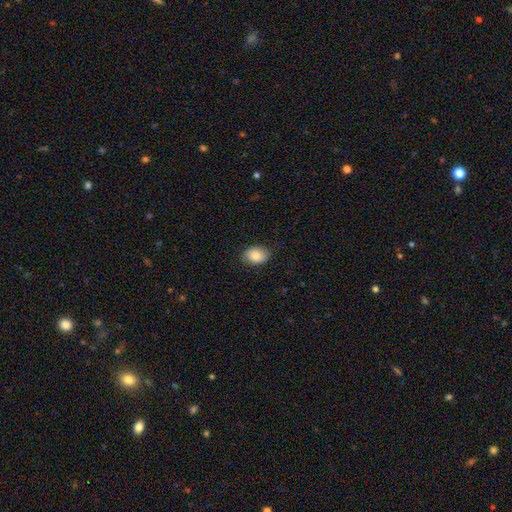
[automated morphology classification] This is clearly a smooth galaxy (85%). How rounded: likely in between (71%). Merging: clearly none (82%).